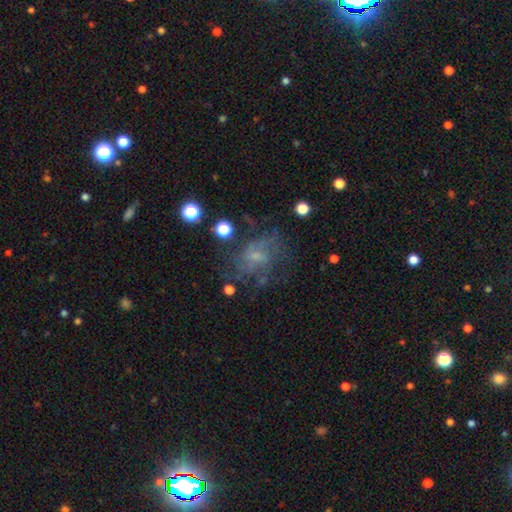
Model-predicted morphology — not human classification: Overall: featured or disk (56%; smooth 24%). Edge-on disk: no (97%). Bar: no (59%; weak 35%). Spiral arms: yes (68%; no 32%). Bulge size: small (56%; none 20%). Merging: none (58%; major disturbance 20%).